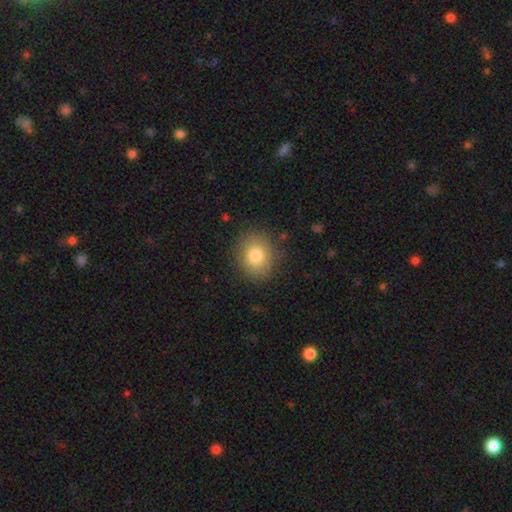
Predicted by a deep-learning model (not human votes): Smooth or featured? Predicted: smooth (p=0.80). How rounded? Predicted: round (p=0.70). Merging? Predicted: none (p=0.85).